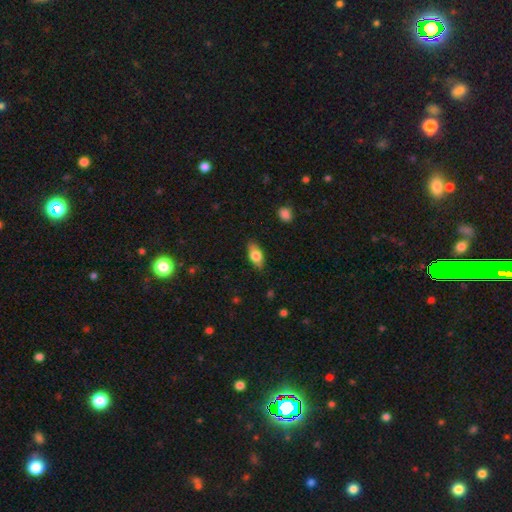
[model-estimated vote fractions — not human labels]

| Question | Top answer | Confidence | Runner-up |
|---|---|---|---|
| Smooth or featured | smooth | 73% | featured or disk (21%) |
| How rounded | in between | 85% | cigar-shaped (10%) |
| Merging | none | 85% | minor disturbance (12%) |